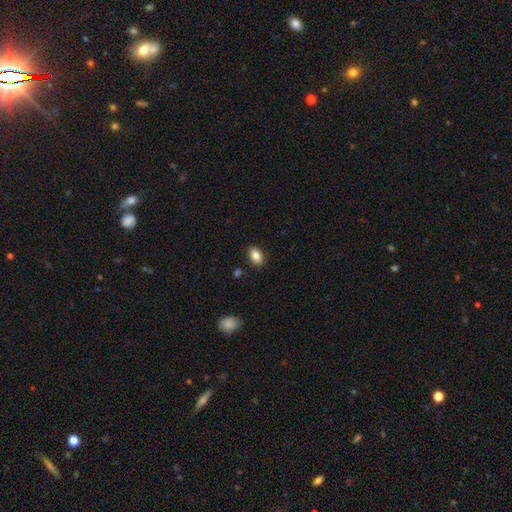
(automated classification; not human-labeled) The model was most divided on "smooth or featured": smooth: 85%, star or artifact: 8%, featured or disk: 7%. More confident: how rounded — in between (87%); merging — none (87%).